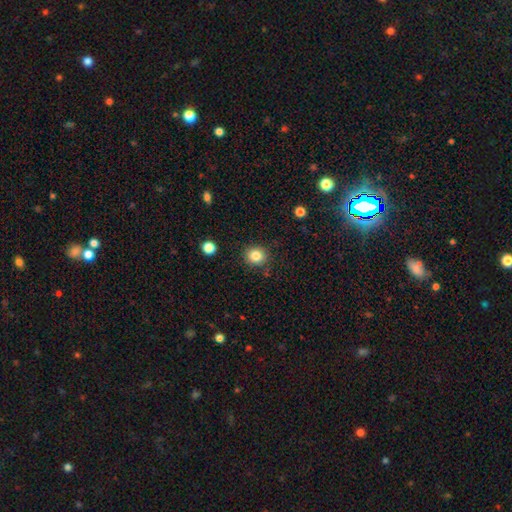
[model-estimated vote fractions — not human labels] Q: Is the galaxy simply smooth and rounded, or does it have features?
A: smooth — 83%.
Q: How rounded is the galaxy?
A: round — 82%.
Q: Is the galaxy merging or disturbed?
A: none — 86%.